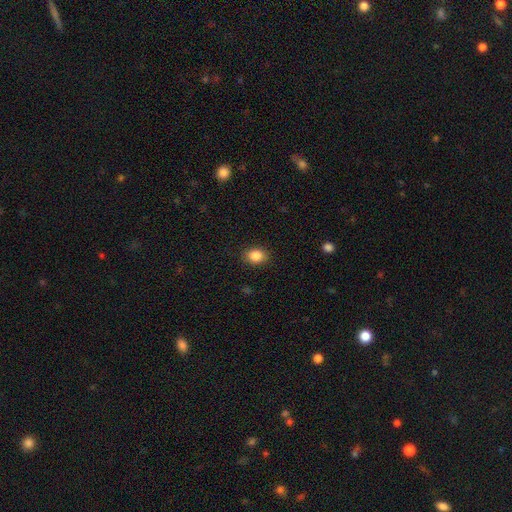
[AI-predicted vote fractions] smooth-or-featured: smooth: 86% | star or artifact: 9% | featured or disk: 5%
  how-rounded: in between: 53% | round: 46% | cigar-shaped: 1%
  merging: none: 87% | minor disturbance: 9% | major disturbance: 3% | merger: 1%